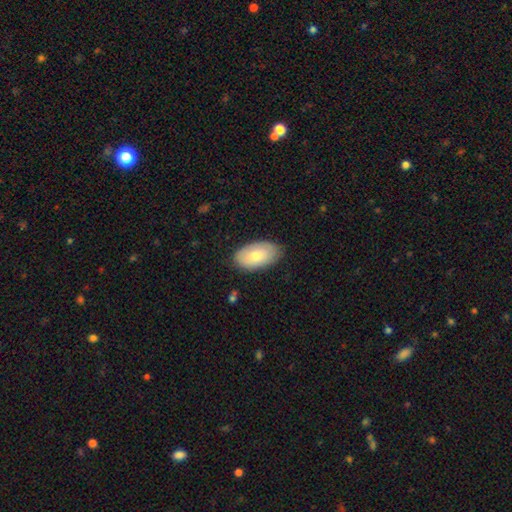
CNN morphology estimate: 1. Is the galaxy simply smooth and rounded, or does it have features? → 75% smooth, 19% featured or disk, 6% star or artifact.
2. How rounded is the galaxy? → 95% in between, 4% round, 1% cigar-shaped.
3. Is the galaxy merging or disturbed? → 81% none, 15% minor disturbance, 3% major disturbance, 1% merger.